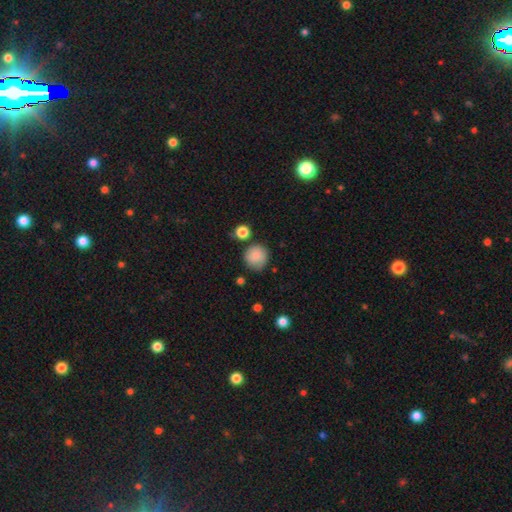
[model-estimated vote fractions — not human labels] Smooth or featured? smooth (84%)
How rounded? round (92%)
Merging? none (75%)